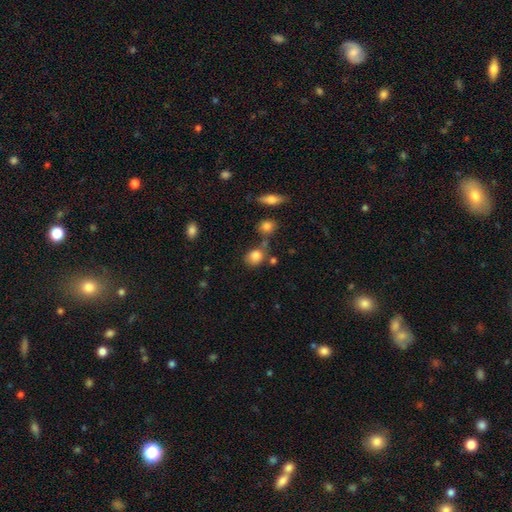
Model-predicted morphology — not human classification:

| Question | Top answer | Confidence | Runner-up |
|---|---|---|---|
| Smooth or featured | smooth | 83% | star or artifact (10%) |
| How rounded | round | 63% | in between (36%) |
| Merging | none | 64% | minor disturbance (17%) |